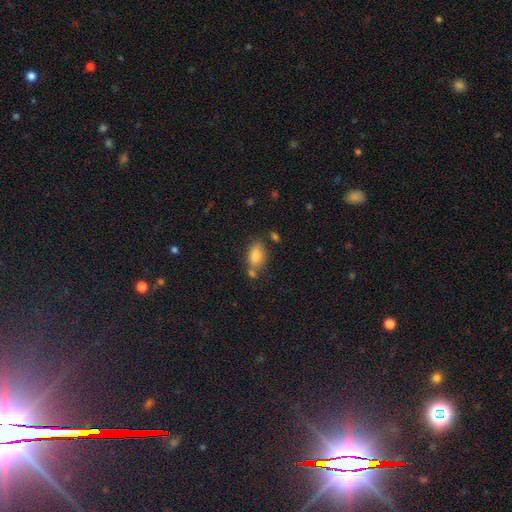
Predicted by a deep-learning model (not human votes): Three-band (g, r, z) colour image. It shows a smooth galaxy with no disk features (81%) that is in between round and cigar-shaped (89%). Merging: none (61%).